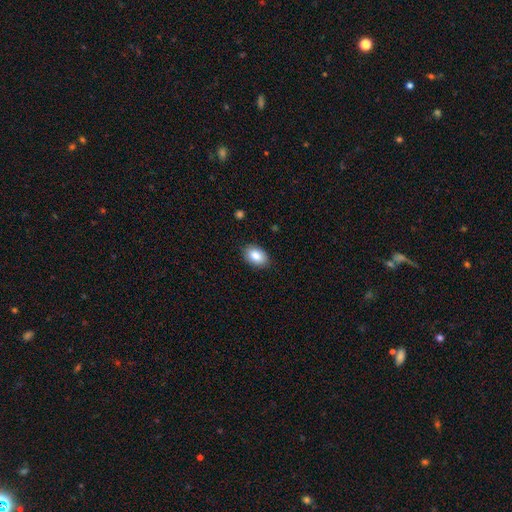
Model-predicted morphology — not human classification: Smooth or featured: smooth — 86% (star or artifact — 8%)
How rounded: in between — 84% (round — 14%)
Merging: none — 87% (minor disturbance — 10%)